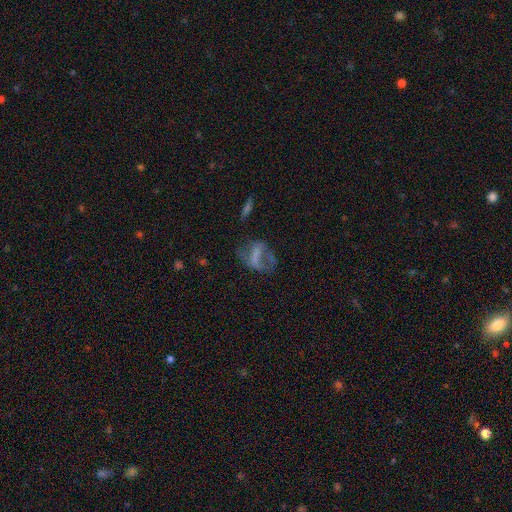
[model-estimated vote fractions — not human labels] A featured or disk galaxy (44%). Merging: major disturbance (39%).